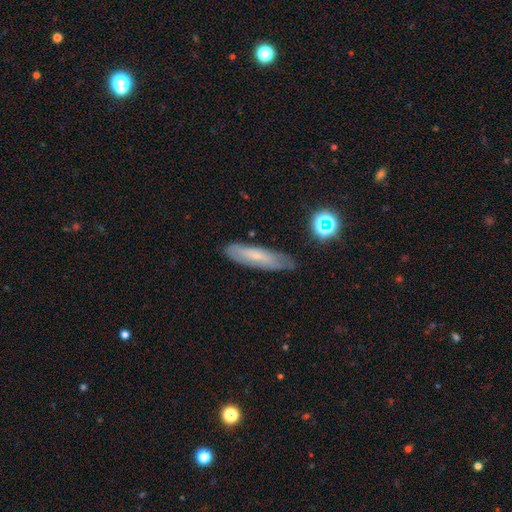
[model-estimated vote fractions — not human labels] A smooth galaxy with no disk features (52%) that is cigar-shaped (69%). Merging: none (72%).